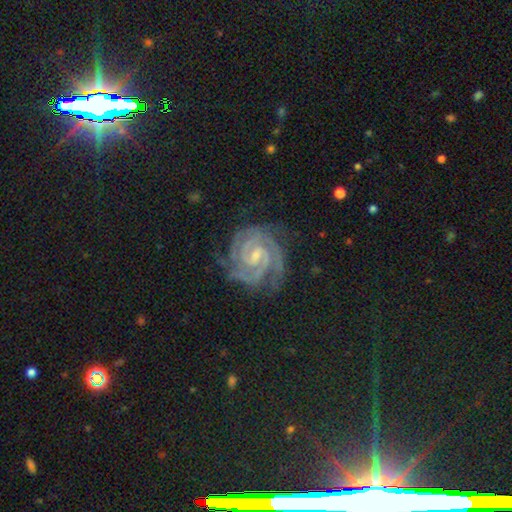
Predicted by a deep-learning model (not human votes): A featured or disk galaxy (92%) with a weak bar (56%), 2 (48%) tight (78%) spiral arms (99%) and a small central bulge (59%). Merging: none (75%).